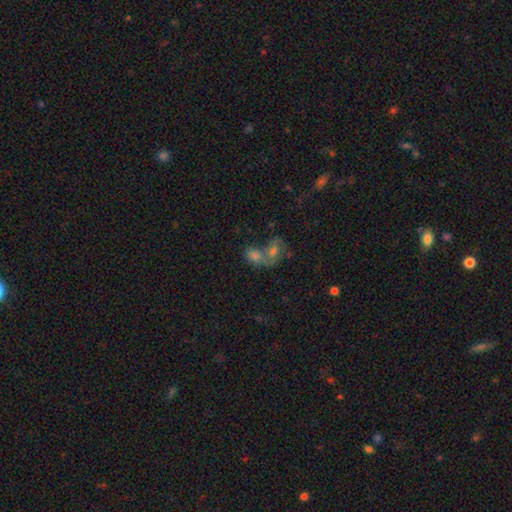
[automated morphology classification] Smooth or featured?
  - smooth: 53% *
  - featured or disk: 29%
  - star or artifact: 19%
How rounded?
  - in between: 59% *
  - round: 38%
  - cigar-shaped: 3%
Merging?
  - merger: 68% *
  - none: 21%
  - minor disturbance: 6%
  - major disturbance: 5%